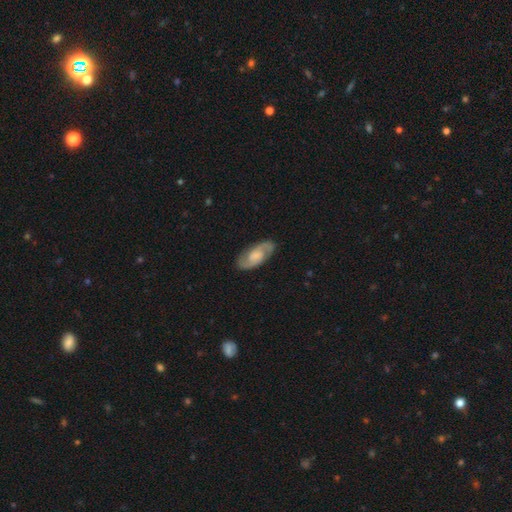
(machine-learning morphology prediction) Smooth or featured: featured or disk — 77% (smooth — 17%)
Edge-on disk: no — 95% (yes — 5%)
Bar: no — 54% (weak — 38%)
Spiral arms: yes — 94% (no — 6%)
Spiral winding: medium — 52% (tight — 30%)
Spiral arm count: 2 — 91% (can't tell — 5%)
Bulge size: none — 32% (moderate — 26%)
Merging: none — 85% (minor disturbance — 11%)